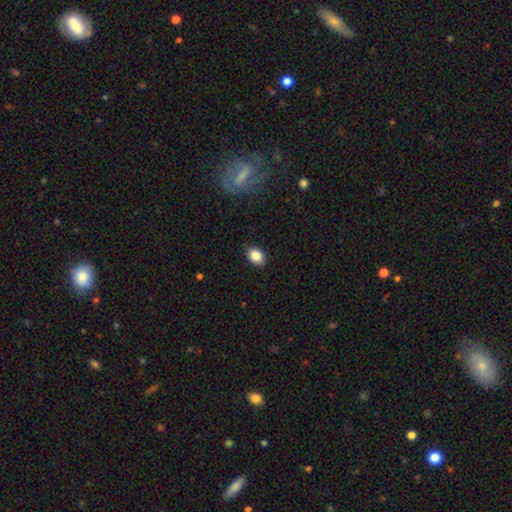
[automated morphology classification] Overall: smooth (86%). How rounded: in between (74%). Merging: none (88%).